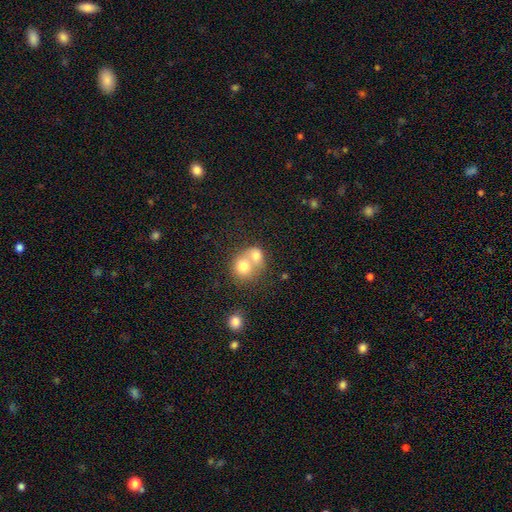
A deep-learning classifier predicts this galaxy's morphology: A smooth galaxy with no disk features (73%) that is round (66%).

Vote fractions:
- Smooth or featured? smooth: 73% / featured or disk: 18% / star or artifact: 9%
- How rounded? round: 66% / in between: 33% / cigar-shaped: 1%
- Merging? merger: 72% / none: 20% / minor disturbance: 5% / major disturbance: 3%